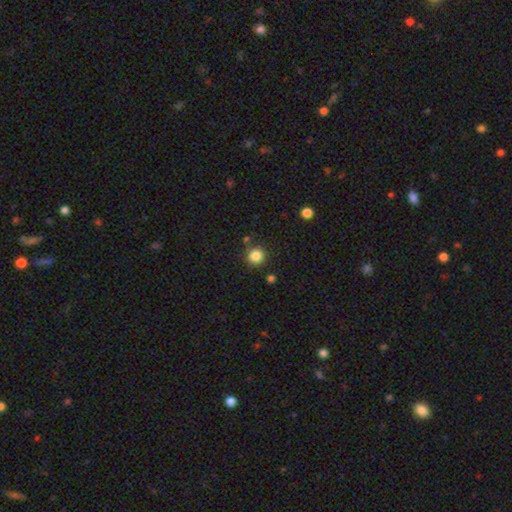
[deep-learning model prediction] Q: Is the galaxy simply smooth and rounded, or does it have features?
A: smooth — 84%.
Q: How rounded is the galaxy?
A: round — 93%.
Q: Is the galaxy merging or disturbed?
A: none — 86%.